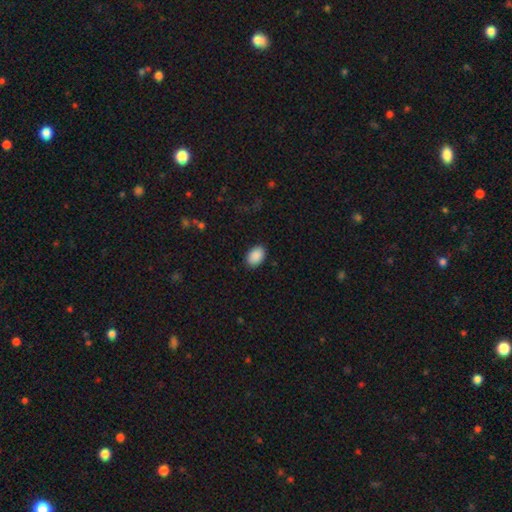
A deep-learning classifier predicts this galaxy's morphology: A smooth galaxy with no disk features (91%) that is in between round and cigar-shaped (88%).

Vote fractions:
- Smooth or featured? smooth: 91% / star or artifact: 7% / featured or disk: 3%
- How rounded? in between: 88% / round: 11% / cigar-shaped: 1%
- Merging? none: 88% / minor disturbance: 8% / major disturbance: 2% / merger: 1%